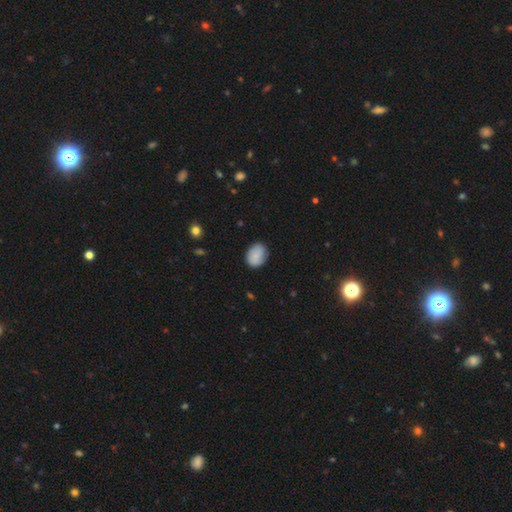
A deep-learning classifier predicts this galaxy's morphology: smooth-or-featured: smooth: 86% | star or artifact: 7% | featured or disk: 7%
  how-rounded: in between: 63% | round: 36% | cigar-shaped: 1%
  merging: none: 82% | minor disturbance: 14% | major disturbance: 3% | merger: 1%